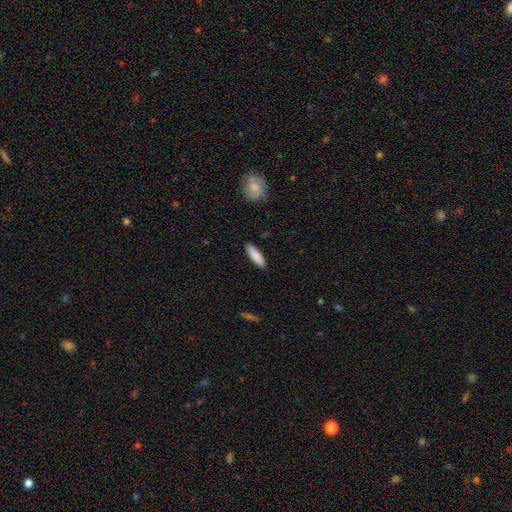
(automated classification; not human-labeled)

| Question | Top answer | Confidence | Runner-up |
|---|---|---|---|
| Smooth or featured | smooth | 86% | featured or disk (9%) |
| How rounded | cigar-shaped | 65% | in between (33%) |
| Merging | none | 90% | minor disturbance (8%) |